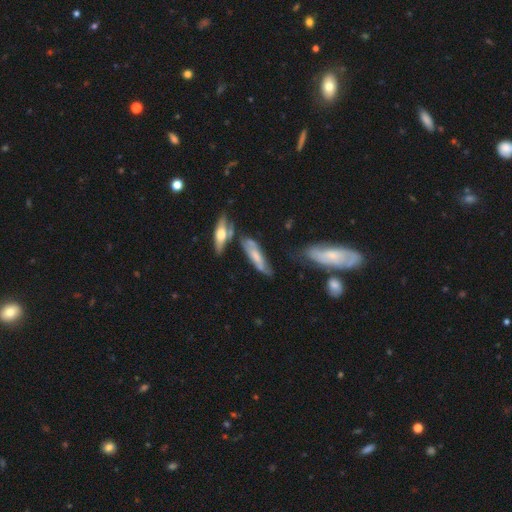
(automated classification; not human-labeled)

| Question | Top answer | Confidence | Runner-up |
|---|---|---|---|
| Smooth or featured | featured or disk | 49% | smooth (43%) |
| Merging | none | 52% | minor disturbance (25%) |